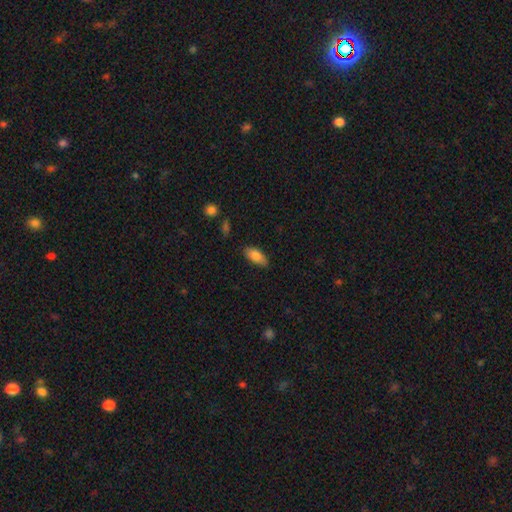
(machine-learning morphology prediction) A smooth galaxy with no disk features (83%) that is in between round and cigar-shaped (87%). Merging: none (82%).